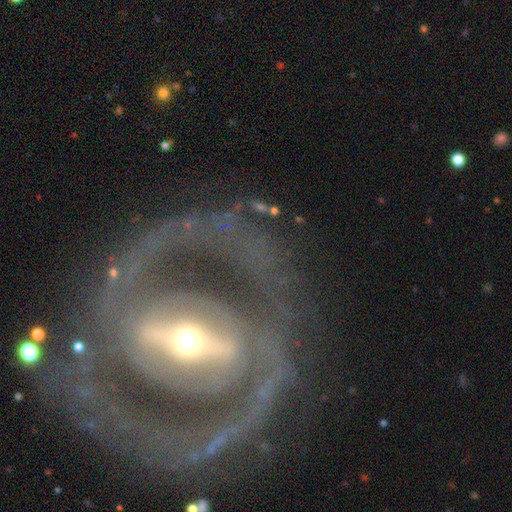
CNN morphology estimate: Smooth or featured? Predicted: featured or disk (p=0.87). Edge-on disk? Predicted: no (p=0.92). Bar? Predicted: strong (p=0.72). Spiral arms? Predicted: yes (p=0.78). Spiral winding? Predicted: tight (p=0.45). Spiral arm count? Predicted: 2 (p=0.71). Bulge size? Predicted: moderate (p=0.49). Merging? Predicted: none (p=0.69).